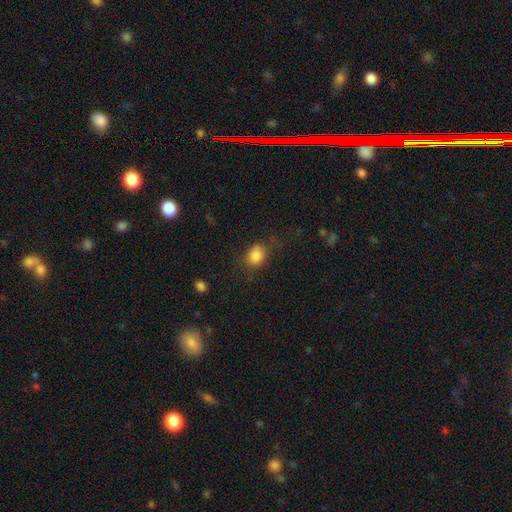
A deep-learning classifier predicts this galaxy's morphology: Overall: smooth (84%). How rounded: round (51%; in between 47%). Merging: none (66%).